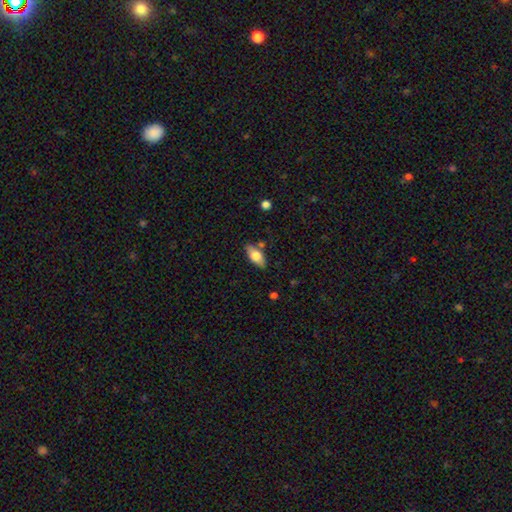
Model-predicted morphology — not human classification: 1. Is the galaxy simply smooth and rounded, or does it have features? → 72% smooth, 22% featured or disk, 7% star or artifact.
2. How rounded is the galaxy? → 86% in between, 11% cigar-shaped, 3% round.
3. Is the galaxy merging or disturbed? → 78% none, 15% minor disturbance, 5% merger, 3% major disturbance.